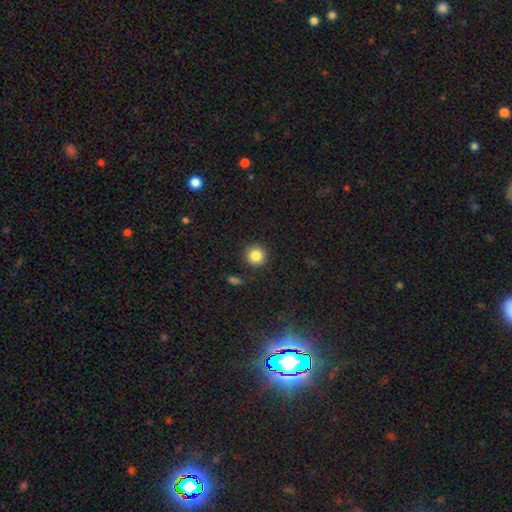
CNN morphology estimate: Q: Smooth or featured?
A: smooth (85%); runner-up: star or artifact (10%)
Q: How rounded?
A: round (94%); runner-up: in between (6%)
Q: Merging?
A: none (90%); runner-up: minor disturbance (6%)